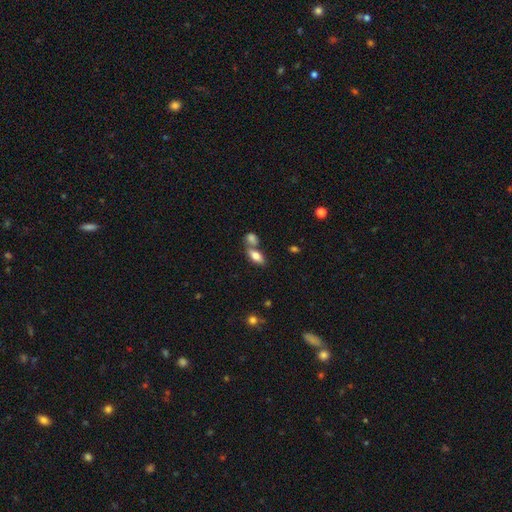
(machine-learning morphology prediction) This appears to be a smooth galaxy with no disk features (77%) that is in between round and cigar-shaped (82%). Merging: none (50%).